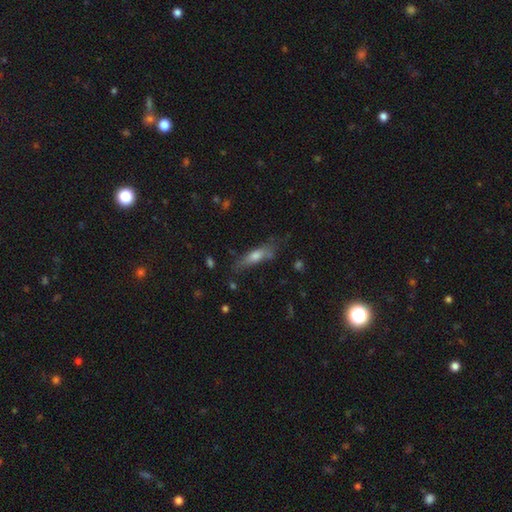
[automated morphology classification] Smooth or featured: smooth — 45% (featured or disk — 44%)
Merging: none — 65% (minor disturbance — 23%)